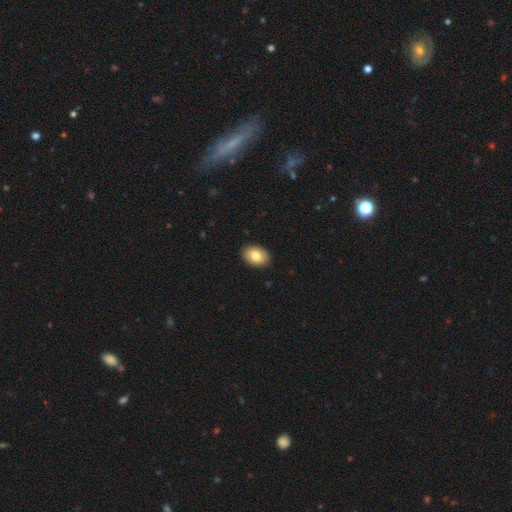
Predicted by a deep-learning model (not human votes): Q: Smooth or featured?
A: smooth (82%); runner-up: featured or disk (11%)
Q: How rounded?
A: in between (81%); runner-up: round (18%)
Q: Merging?
A: none (90%); runner-up: minor disturbance (7%)